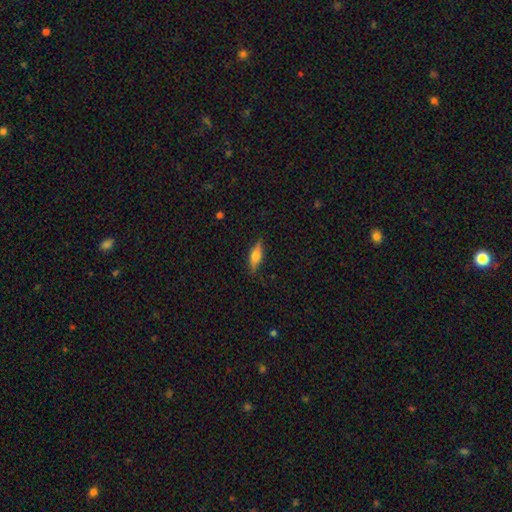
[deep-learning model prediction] This appears to be a smooth galaxy with no disk features (48%). Merging: none (83%).